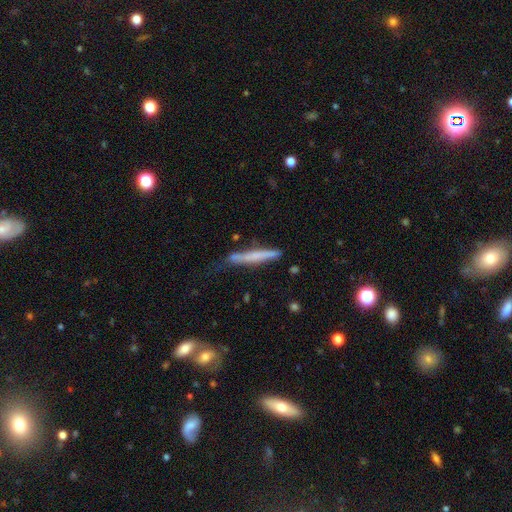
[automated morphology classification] Smooth or featured?
  - smooth: 56% *
  - featured or disk: 38%
  - star or artifact: 7%
How rounded?
  - cigar-shaped: 95% *
  - in between: 3%
  - round: 1%
Merging?
  - none: 62% *
  - minor disturbance: 27%
  - major disturbance: 7%
  - merger: 4%